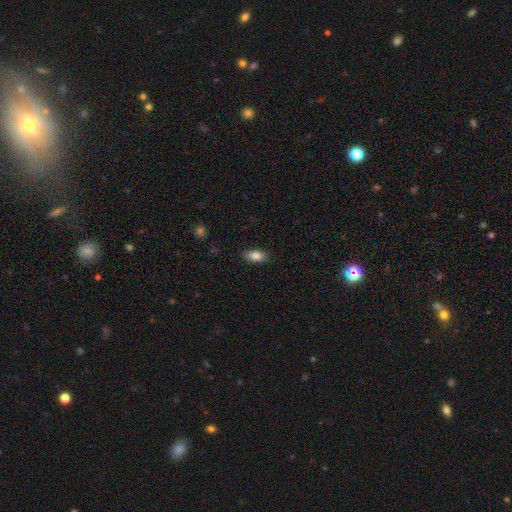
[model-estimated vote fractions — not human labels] Smooth or featured: smooth — 85% (star or artifact — 8%)
How rounded: in between — 90% (cigar-shaped — 5%)
Merging: none — 88% (minor disturbance — 9%)